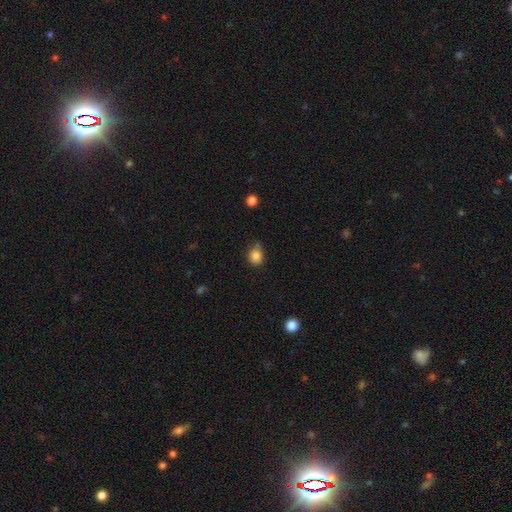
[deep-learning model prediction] Smooth or featured: smooth — 84% (star or artifact — 10%)
How rounded: round — 67% (in between — 32%)
Merging: none — 66% (minor disturbance — 23%)